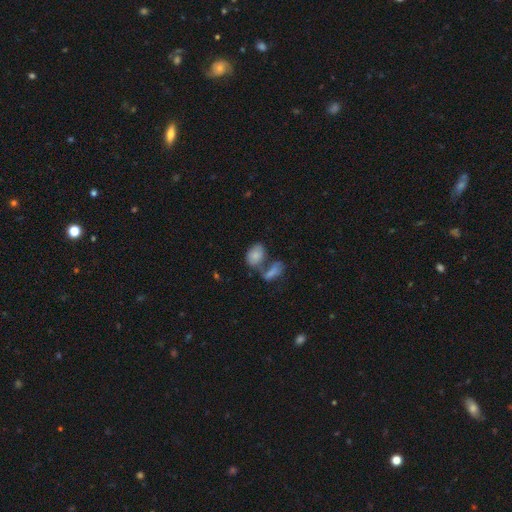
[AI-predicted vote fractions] smooth_or_featured: smooth (p=0.77) [alt: featured or disk p=0.14]
how_rounded: in between (p=0.86) [alt: round p=0.12]
merging: merger (p=0.51) [alt: none p=0.31]